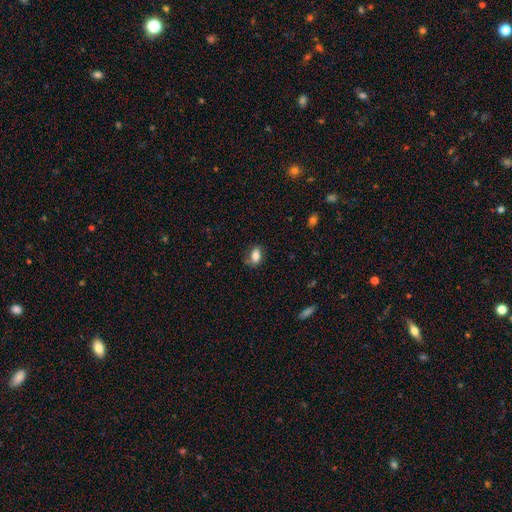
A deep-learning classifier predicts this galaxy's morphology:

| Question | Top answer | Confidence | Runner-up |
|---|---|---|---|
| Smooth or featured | smooth | 78% | featured or disk (14%) |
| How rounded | in between | 87% | round (10%) |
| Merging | none | 65% | minor disturbance (24%) |